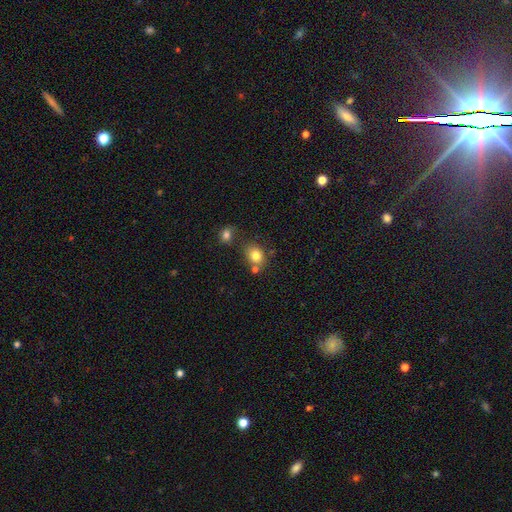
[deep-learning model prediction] smooth 80%, star or artifact 11%, featured or disk 9%. Down the decision tree: how rounded — round (58%); merging — none (63%).